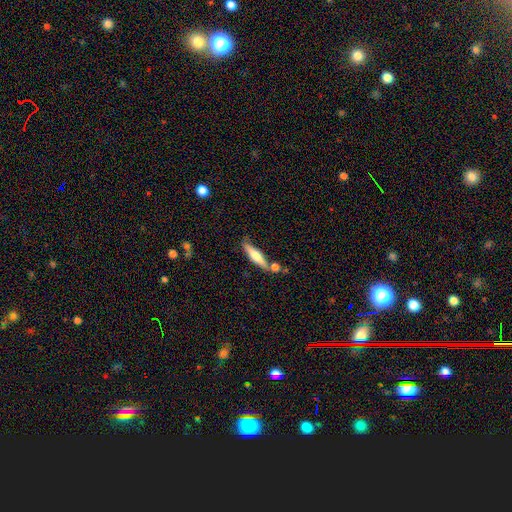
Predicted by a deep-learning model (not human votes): Q: Smooth or featured?
A: smooth (51%); runner-up: featured or disk (43%)
Q: How rounded?
A: cigar-shaped (81%); runner-up: in between (18%)
Q: Merging?
A: none (68%); runner-up: merger (15%)